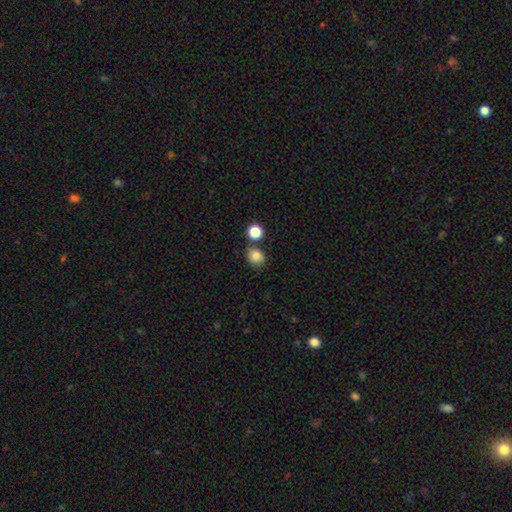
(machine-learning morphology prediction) Smooth or featured?
  - smooth: 83% *
  - star or artifact: 11%
  - featured or disk: 6%
How rounded?
  - round: 75% *
  - in between: 24%
  - cigar-shaped: 1%
Merging?
  - none: 72% *
  - merger: 13%
  - minor disturbance: 11%
  - major disturbance: 3%